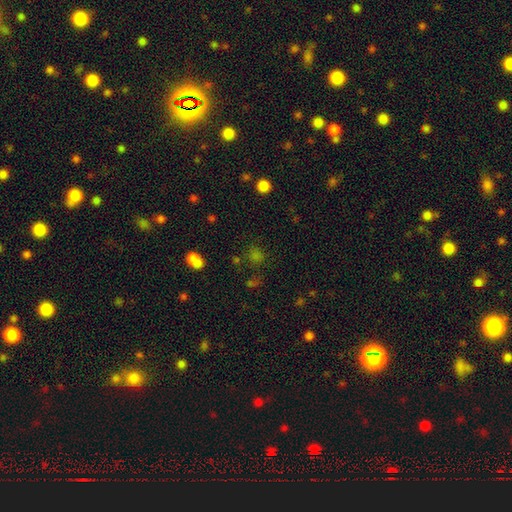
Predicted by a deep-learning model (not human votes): Q: Smooth or featured?
A: smooth (51%); runner-up: star or artifact (41%)
Q: How rounded?
A: round (78%); runner-up: in between (20%)
Q: Merging?
A: none (71%); runner-up: minor disturbance (11%)